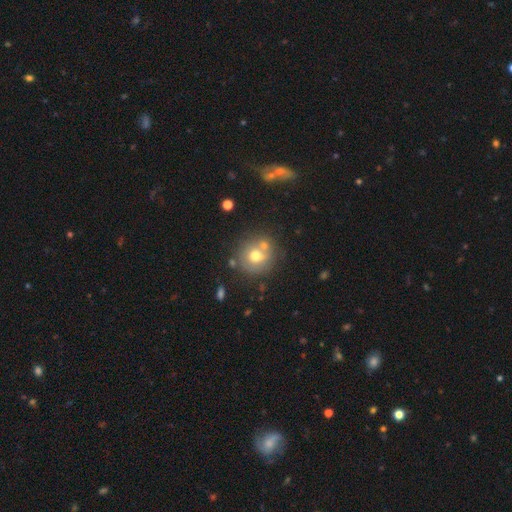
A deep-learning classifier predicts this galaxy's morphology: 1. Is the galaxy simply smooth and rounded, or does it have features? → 66% smooth, 22% featured or disk, 12% star or artifact.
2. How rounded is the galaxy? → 87% round, 12% in between, 1% cigar-shaped.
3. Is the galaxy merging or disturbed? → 60% none, 24% merger, 12% minor disturbance, 5% major disturbance.